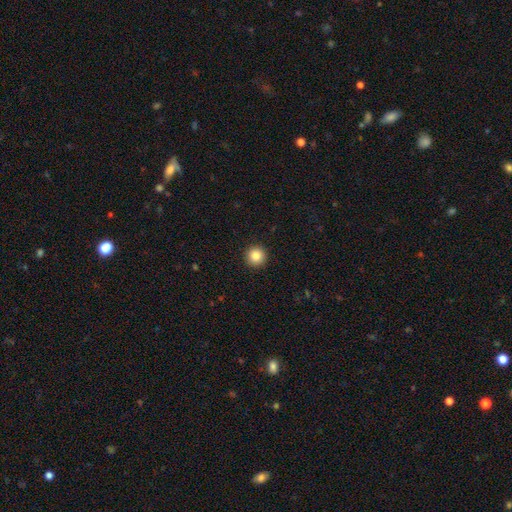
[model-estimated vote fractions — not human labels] A smooth galaxy with no disk features (85%) that is round (96%). Merging: none (93%).